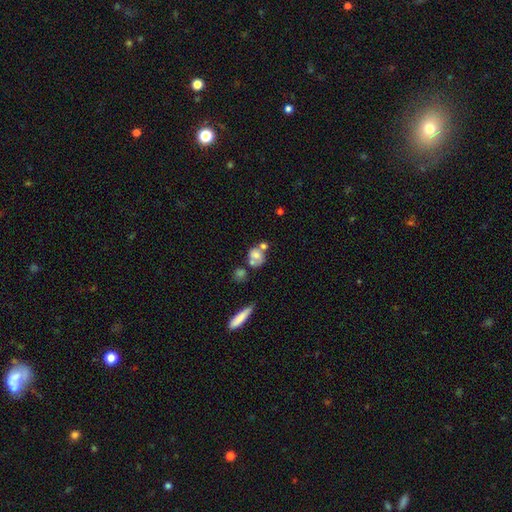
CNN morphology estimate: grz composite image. It shows a smooth galaxy with no disk features (62%) that is in between round and cigar-shaped (49%). Merging: merger (44%).